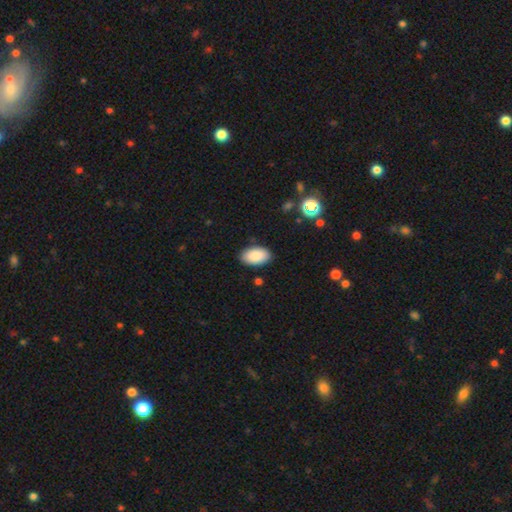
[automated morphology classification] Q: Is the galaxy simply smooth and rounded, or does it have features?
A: smooth — 88%.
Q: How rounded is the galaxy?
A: in between — 95%.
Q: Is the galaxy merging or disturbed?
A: none — 88%.